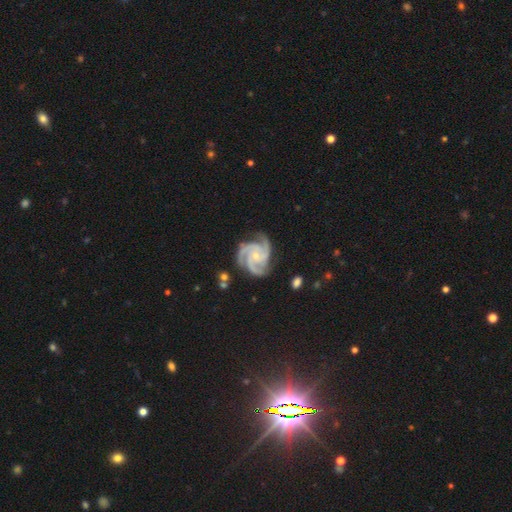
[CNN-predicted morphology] type=featured or disk (94%); edge-on=no (99%); bar=no (73%); spiral arms=yes (99%); winding=tight (54%); arm count=3 (64%); bulge=small (70%); merging=none (76%).